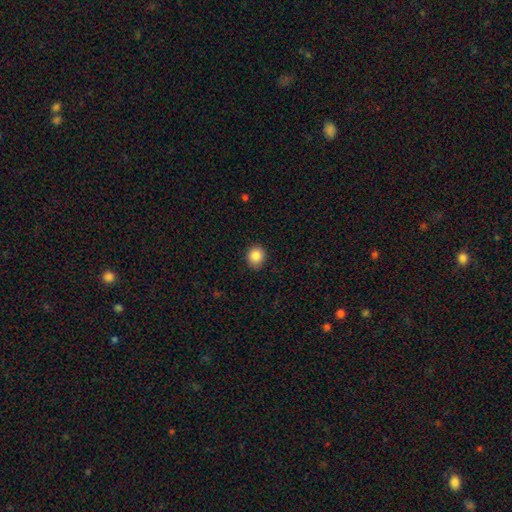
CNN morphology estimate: This appears to be a smooth galaxy with no disk features (86%) that is round (79%). Merging: none (87%).